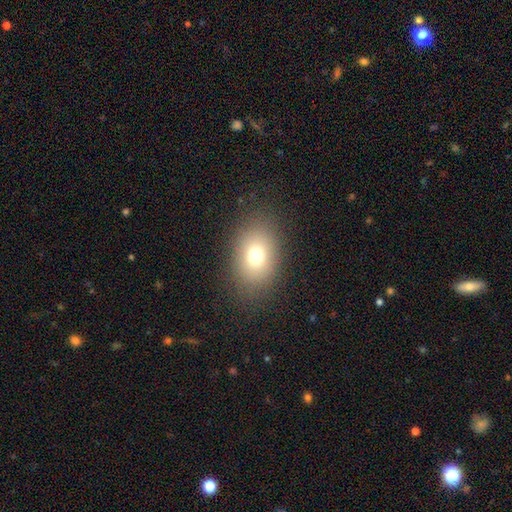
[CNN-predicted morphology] Smooth or featured? smooth (74%)
How rounded? in between (75%)
Merging? none (84%)